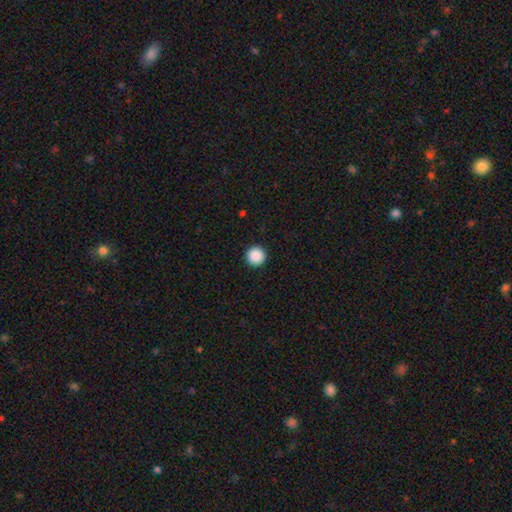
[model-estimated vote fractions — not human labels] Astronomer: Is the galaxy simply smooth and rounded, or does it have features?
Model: smooth — 89%.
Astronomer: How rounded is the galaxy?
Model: round — 97%.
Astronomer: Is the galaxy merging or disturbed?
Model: none — 94%.